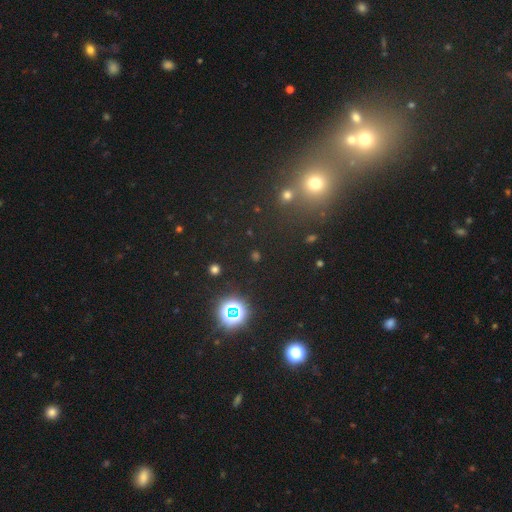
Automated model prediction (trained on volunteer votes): Smooth or featured?
  - star or artifact: 56% *
  - smooth: 36%
  - featured or disk: 8%